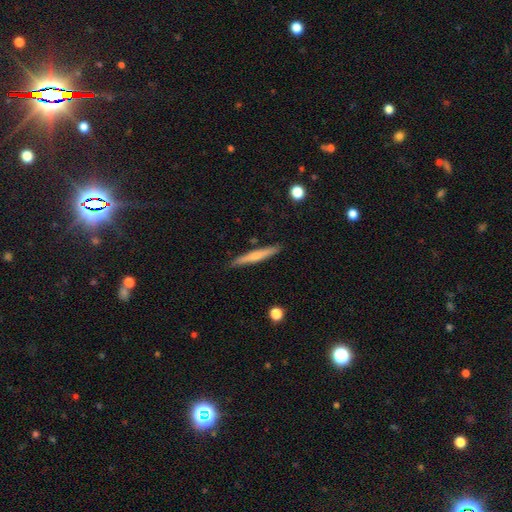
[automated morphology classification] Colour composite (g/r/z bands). It shows a smooth galaxy with no disk features (53%) that is cigar-shaped (95%). Merging: none (89%).